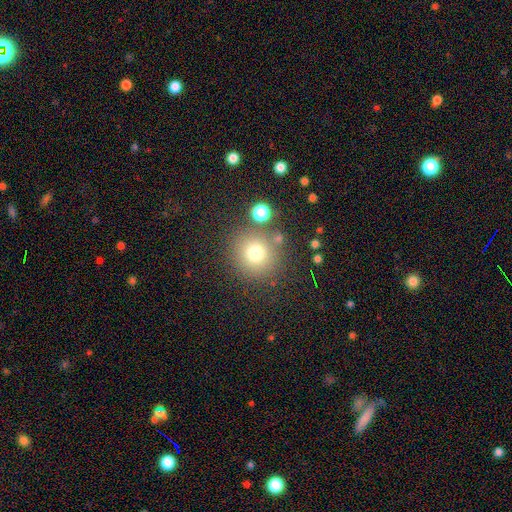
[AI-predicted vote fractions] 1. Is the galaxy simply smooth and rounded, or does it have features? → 74% smooth, 15% star or artifact, 10% featured or disk.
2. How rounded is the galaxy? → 93% round, 6% in between, 1% cigar-shaped.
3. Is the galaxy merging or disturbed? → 79% none, 9% minor disturbance, 7% merger, 4% major disturbance.